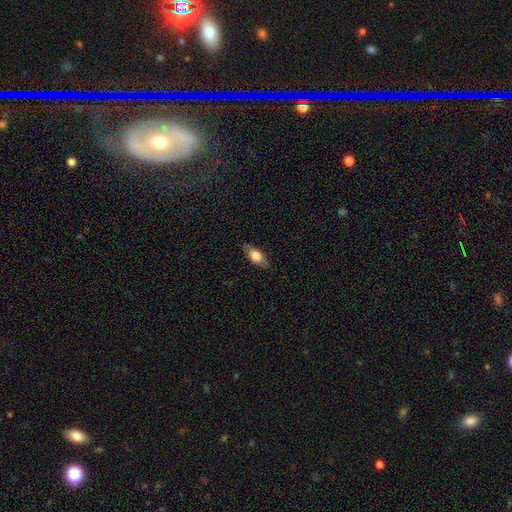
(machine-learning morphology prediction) type=smooth (67%); roundness=in between (79%); merging=none (84%).